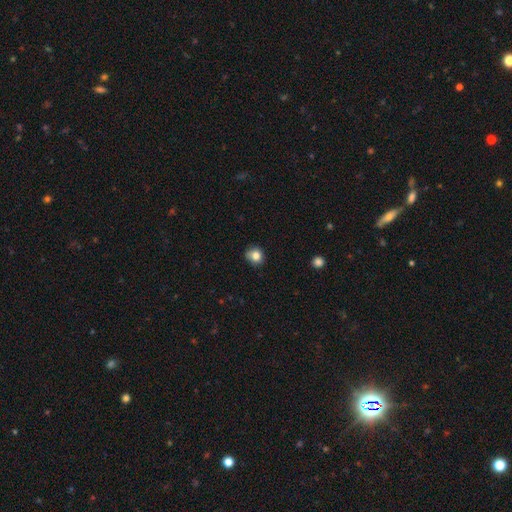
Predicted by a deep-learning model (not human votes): Smooth or featured: smooth — 82% (star or artifact — 11%)
How rounded: round — 77% (in between — 22%)
Merging: none — 76% (minor disturbance — 19%)